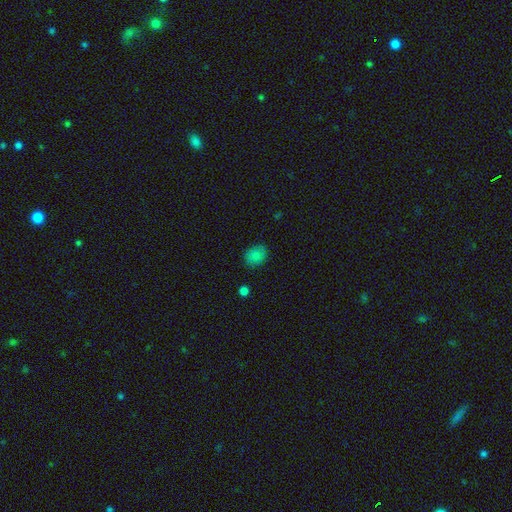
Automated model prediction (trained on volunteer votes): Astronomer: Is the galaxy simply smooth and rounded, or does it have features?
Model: smooth — 84%.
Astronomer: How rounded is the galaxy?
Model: round — 56% (runner-up: in between, 43%).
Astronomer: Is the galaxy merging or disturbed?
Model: none — 82%.